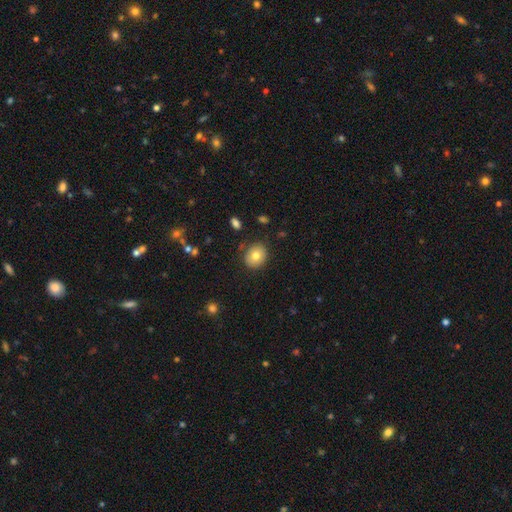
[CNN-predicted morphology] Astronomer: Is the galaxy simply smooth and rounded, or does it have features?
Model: smooth — 78%.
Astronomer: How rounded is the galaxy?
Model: round — 66%.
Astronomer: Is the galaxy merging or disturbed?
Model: none — 84%.